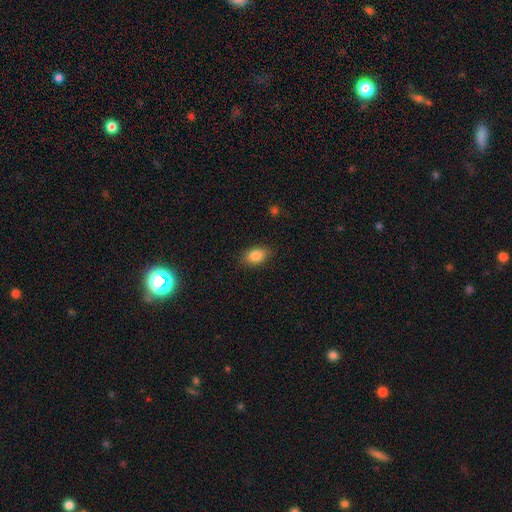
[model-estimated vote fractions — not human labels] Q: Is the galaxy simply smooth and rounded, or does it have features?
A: smooth — 84%.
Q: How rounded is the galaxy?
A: in between — 87%.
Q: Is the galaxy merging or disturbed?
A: none — 86%.